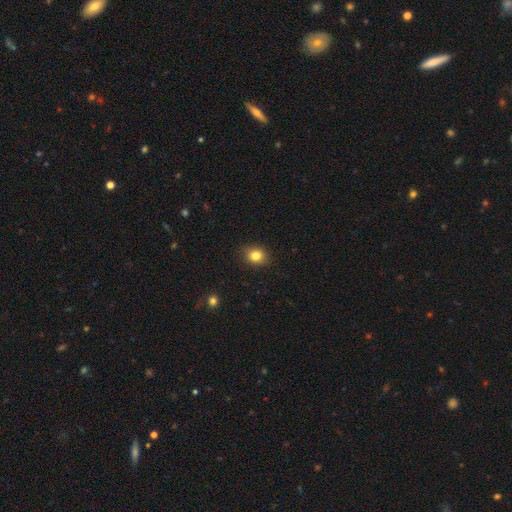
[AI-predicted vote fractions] Smooth or featured: smooth — 82% (star or artifact — 11%)
How rounded: round — 60% (in between — 39%)
Merging: none — 86% (minor disturbance — 11%)